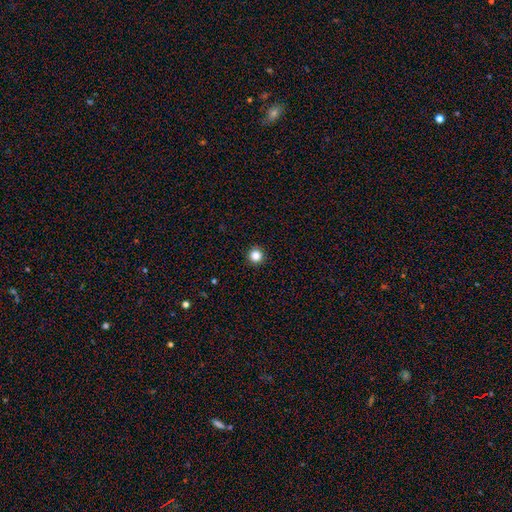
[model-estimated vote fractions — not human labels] Overall: smooth (84%). How rounded: round (96%). Merging: none (94%).